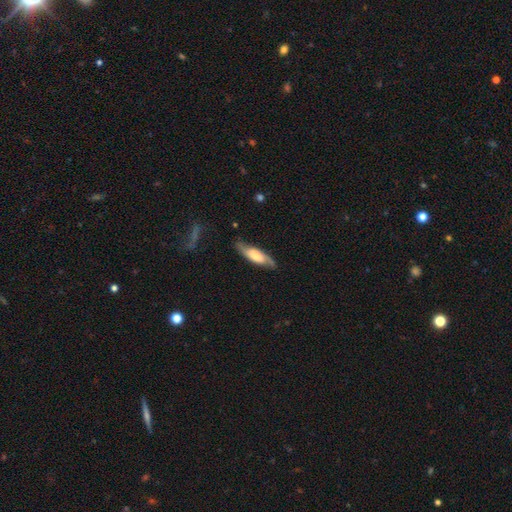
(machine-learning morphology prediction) type=featured or disk (56%); edge-on=no (65%); merging=none (78%).